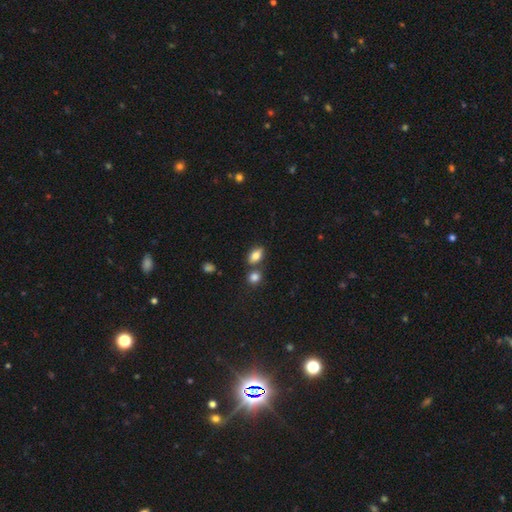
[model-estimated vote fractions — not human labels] smooth 81%, featured or disk 10%, star or artifact 9%. Down the decision tree: how rounded — in between (85%); merging — none (66%).